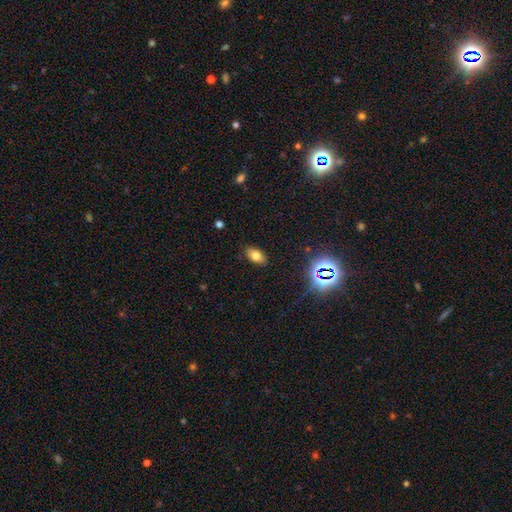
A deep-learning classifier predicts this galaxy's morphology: This appears to be a smooth galaxy with no disk features (73%) that is in between round and cigar-shaped (89%). Merging: none (87%).